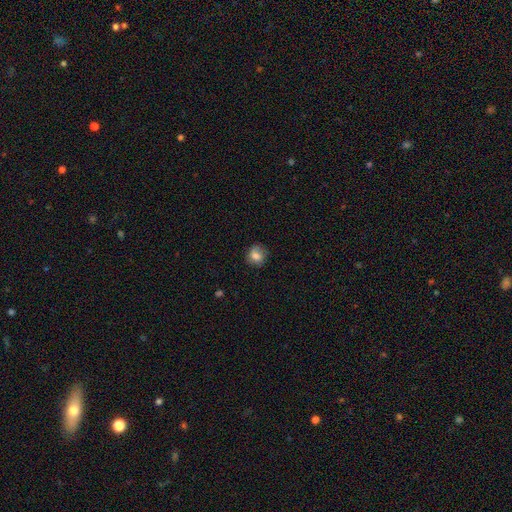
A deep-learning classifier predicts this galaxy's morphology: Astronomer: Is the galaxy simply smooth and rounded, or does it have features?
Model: smooth — 75%.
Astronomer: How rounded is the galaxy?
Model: round — 80%.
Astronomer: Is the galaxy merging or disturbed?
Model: none — 77%.